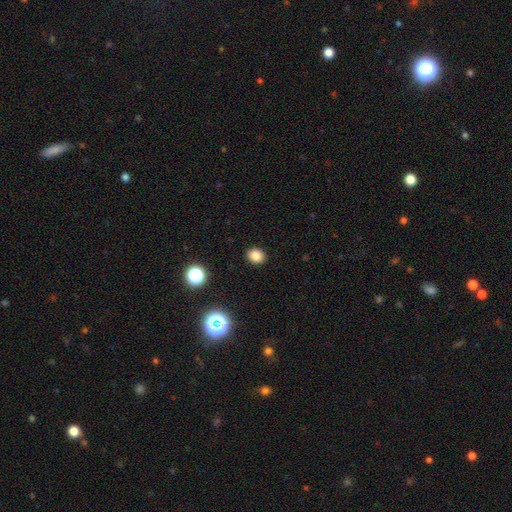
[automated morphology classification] A smooth galaxy with no disk features (83%) that is round (57%). Merging: none (91%).